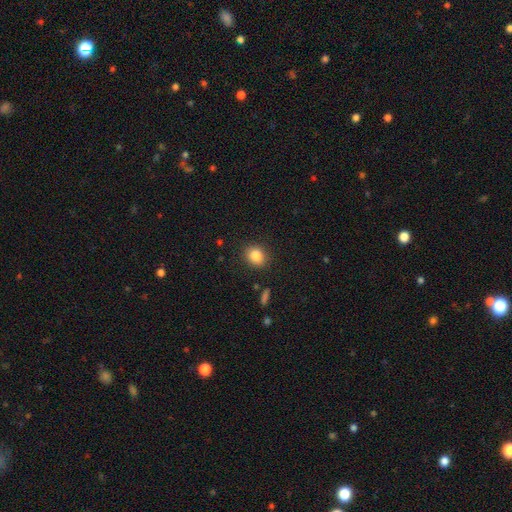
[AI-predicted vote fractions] Smooth or featured?
  - smooth: 85% *
  - star or artifact: 10%
  - featured or disk: 6%
How rounded?
  - round: 70% *
  - in between: 29%
  - cigar-shaped: 1%
Merging?
  - none: 88% *
  - minor disturbance: 8%
  - major disturbance: 2%
  - merger: 1%